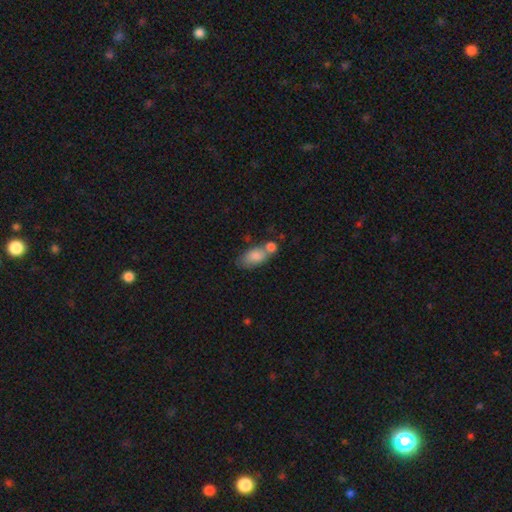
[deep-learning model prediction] This is clearly a smooth galaxy (81%). How rounded: clearly in between (87%). Merging: marginally merger (41%).